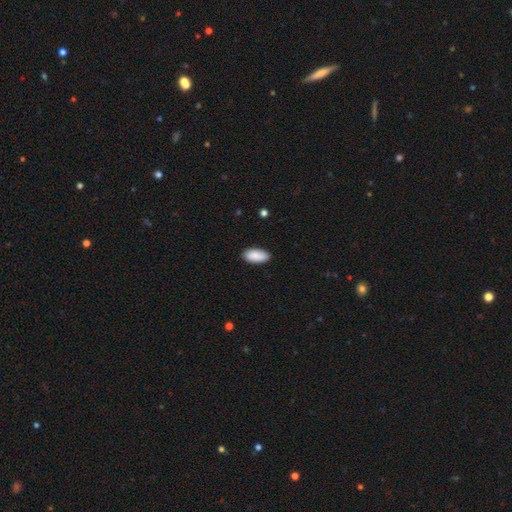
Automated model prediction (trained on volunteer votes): smooth_or_featured: smooth (p=0.89) [alt: star or artifact p=0.06]
how_rounded: in between (p=0.93) [alt: cigar-shaped p=0.05]
merging: none (p=0.87) [alt: minor disturbance p=0.10]